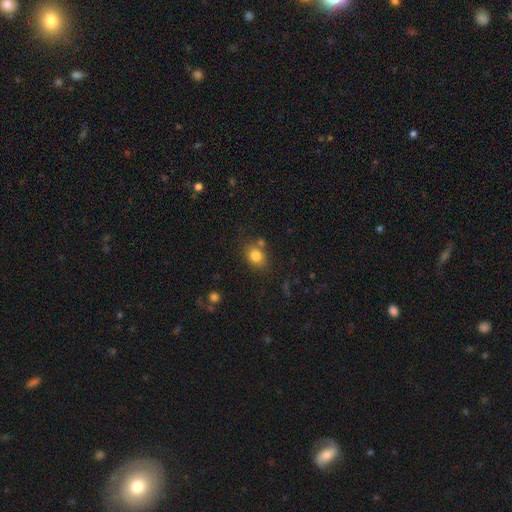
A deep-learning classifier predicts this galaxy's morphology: A smooth galaxy with no disk features (81%) that is round (52%). Merging: none (72%).